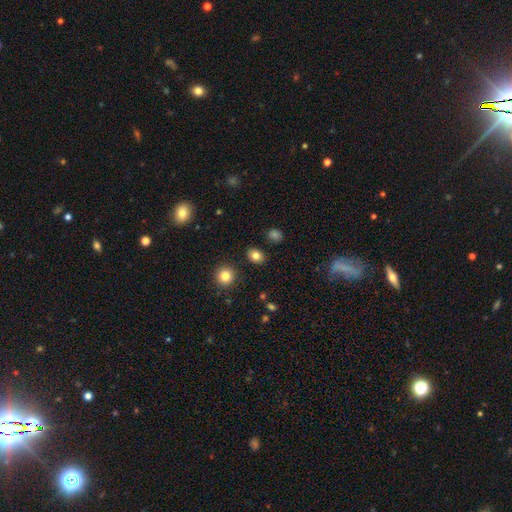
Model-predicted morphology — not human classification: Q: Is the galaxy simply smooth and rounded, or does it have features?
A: smooth — 81%.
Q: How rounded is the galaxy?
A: in between — 50%.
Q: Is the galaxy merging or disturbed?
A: none — 88%.